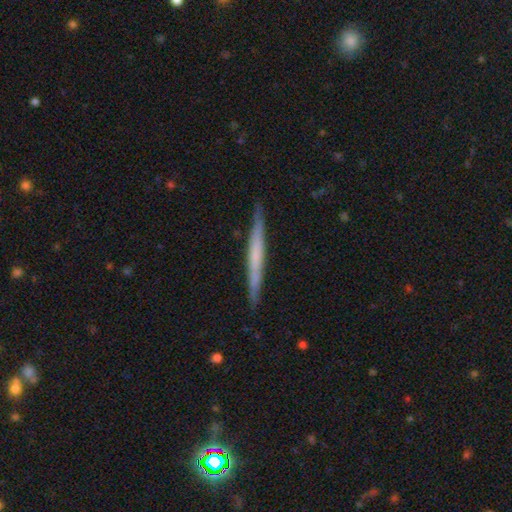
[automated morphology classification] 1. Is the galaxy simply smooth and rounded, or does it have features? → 53% featured or disk, 42% smooth, 5% star or artifact.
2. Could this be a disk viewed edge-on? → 97% yes, 3% no.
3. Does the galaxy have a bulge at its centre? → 78% none, 14% rounded, 9% boxy.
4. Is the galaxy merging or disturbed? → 90% none, 8% minor disturbance, 1% major disturbance, 1% merger.